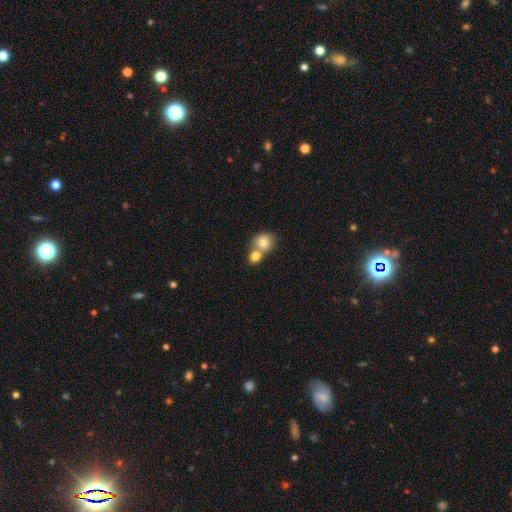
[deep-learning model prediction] This is likely a smooth galaxy (79%). How rounded: likely round (73%). Merging: likely merger (60%).